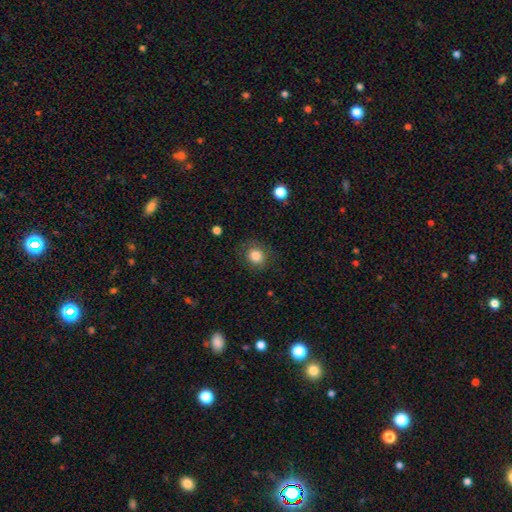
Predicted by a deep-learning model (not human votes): This is clearly a smooth galaxy (83%). How rounded: likely round (74%). Merging: clearly none (82%).